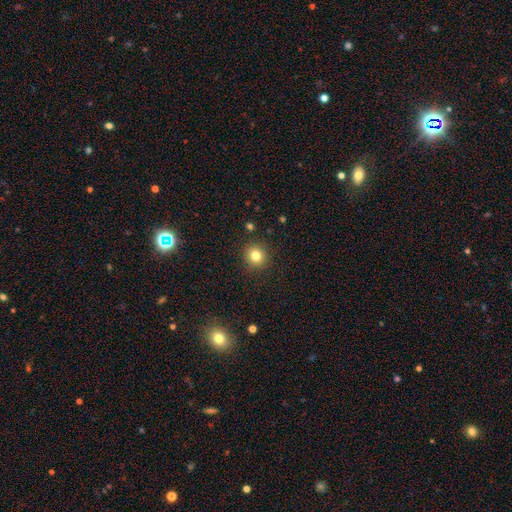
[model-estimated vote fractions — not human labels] smooth 81%, star or artifact 12%, featured or disk 7%. Down the decision tree: how rounded — round (92%); merging — none (91%).